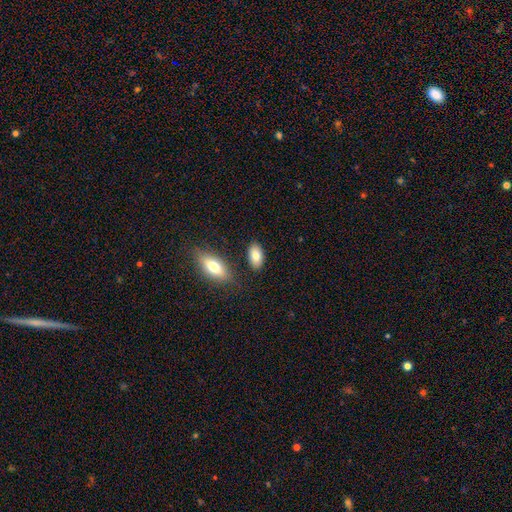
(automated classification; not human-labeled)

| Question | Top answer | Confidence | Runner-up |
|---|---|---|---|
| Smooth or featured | smooth | 81% | featured or disk (12%) |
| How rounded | in between | 92% | round (4%) |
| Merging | none | 82% | minor disturbance (10%) |